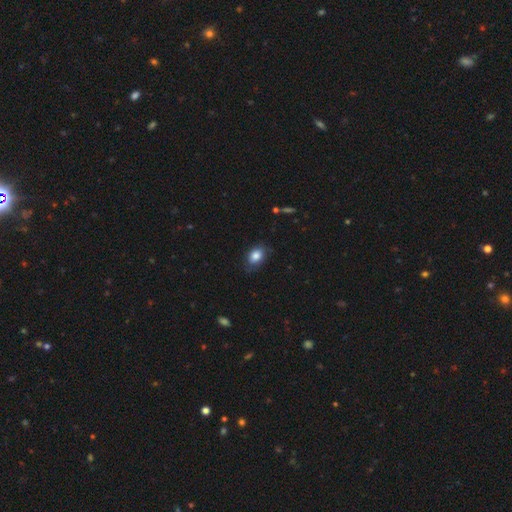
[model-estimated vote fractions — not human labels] This is clearly a smooth galaxy (83%). How rounded: likely in between (75%). Merging: likely none (74%).